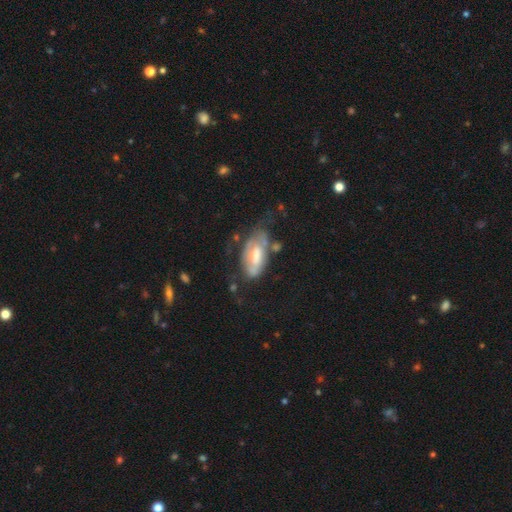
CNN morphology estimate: The model was most divided on "merging": none: 38%, minor disturbance: 31%, major disturbance: 22%, merger: 9%. More confident: edge-on disk — no (89%); smooth or featured — featured or disk (54%).